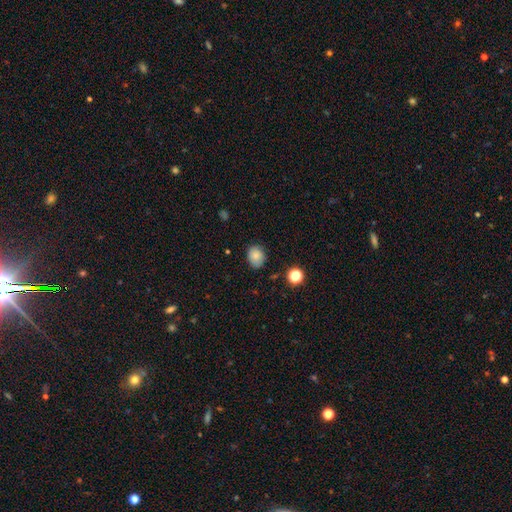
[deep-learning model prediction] smooth-or-featured: smooth: 82% | star or artifact: 10% | featured or disk: 7%
  how-rounded: round: 55% | in between: 44% | cigar-shaped: 1%
  merging: none: 78% | minor disturbance: 17% | major disturbance: 3% | merger: 2%